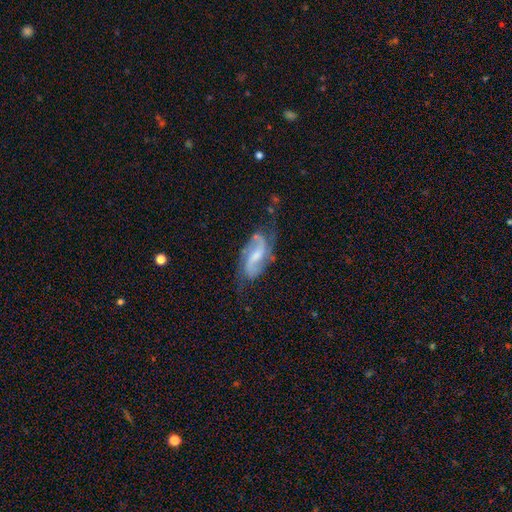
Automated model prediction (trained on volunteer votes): A featured or disk galaxy (85%) with a weak bar (50%), 2 (89%) medium (45%) spiral arms (96%) and a small central bulge (44%).

Vote fractions:
- Smooth or featured? featured or disk: 85% / smooth: 10% / star or artifact: 6%
- Edge-on disk? no: 96% / yes: 4%
- Bar? weak: 50% / no: 26% / strong: 23%
- Spiral arms? yes: 96% / no: 4%
- Spiral winding? medium: 45% / loose: 40% / tight: 15%
- Spiral arm count? 2: 89% / can't tell: 4% / 3: 2% / 1: 2% / 4: 1% / more than 4: 1%
- Bulge size? small: 44% / moderate: 37% / none: 14% / large: 4% / dominant: 1%
- Merging? none: 65% / minor disturbance: 22% / major disturbance: 10% / merger: 2%